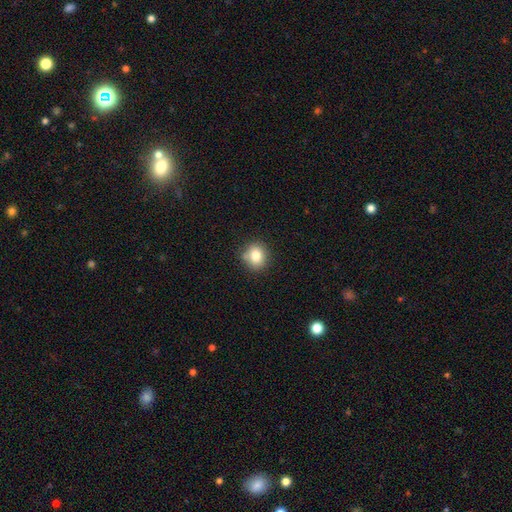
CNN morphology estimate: Smooth or featured: smooth — 80% (star or artifact — 11%)
How rounded: round — 83% (in between — 16%)
Merging: none — 82% (minor disturbance — 11%)